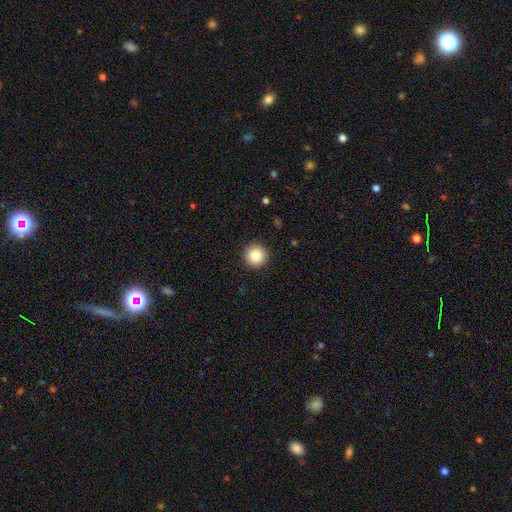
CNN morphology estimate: Smooth or featured: smooth — 86% (star or artifact — 9%)
How rounded: round — 96% (in between — 3%)
Merging: none — 92% (minor disturbance — 5%)